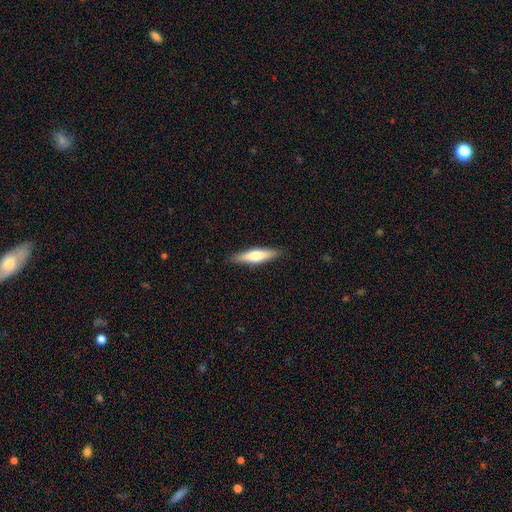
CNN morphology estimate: Smooth or featured? Predicted: smooth (p=0.58). How rounded? Predicted: cigar-shaped (p=0.75). Merging? Predicted: none (p=0.89).